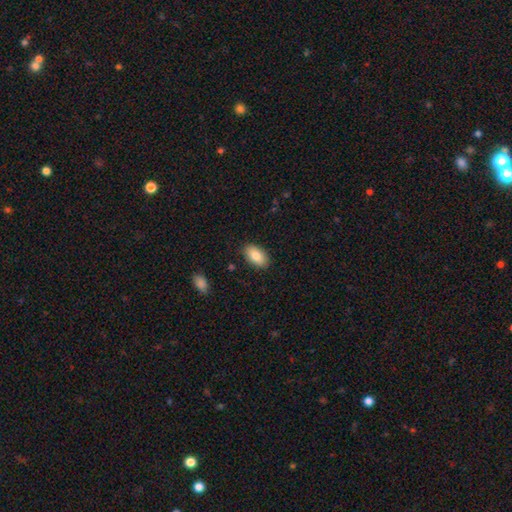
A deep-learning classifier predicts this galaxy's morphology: Q: Smooth or featured?
A: smooth (84%); runner-up: featured or disk (9%)
Q: How rounded?
A: in between (94%); runner-up: round (4%)
Q: Merging?
A: none (87%); runner-up: minor disturbance (10%)